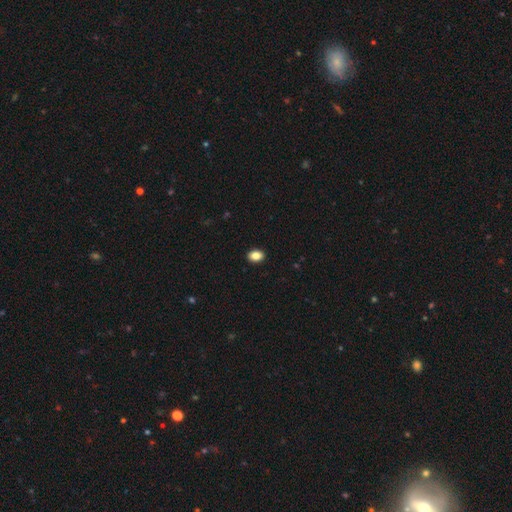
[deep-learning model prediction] Morphology: type=smooth (86%); roundness=in between (76%); merging=none (91%).